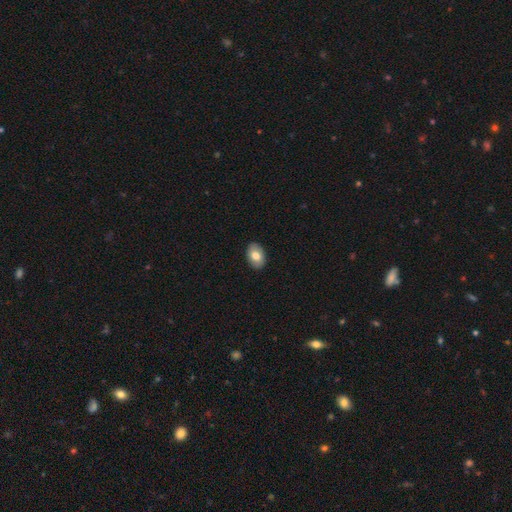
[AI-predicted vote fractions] Q: Smooth or featured?
A: smooth (76%); runner-up: featured or disk (17%)
Q: How rounded?
A: in between (87%); runner-up: round (12%)
Q: Merging?
A: none (89%); runner-up: minor disturbance (8%)